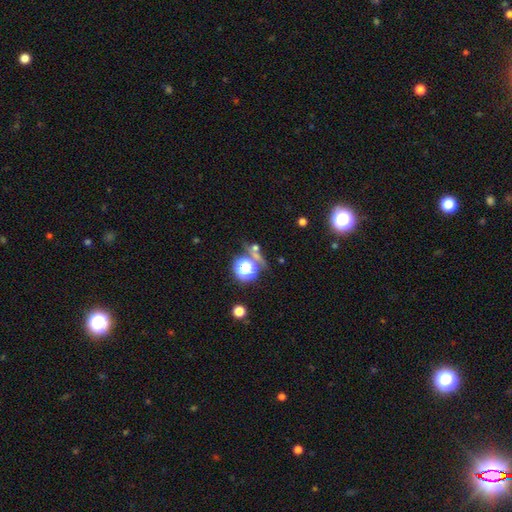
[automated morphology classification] Smooth or featured? Predicted: star or artifact (p=0.51).